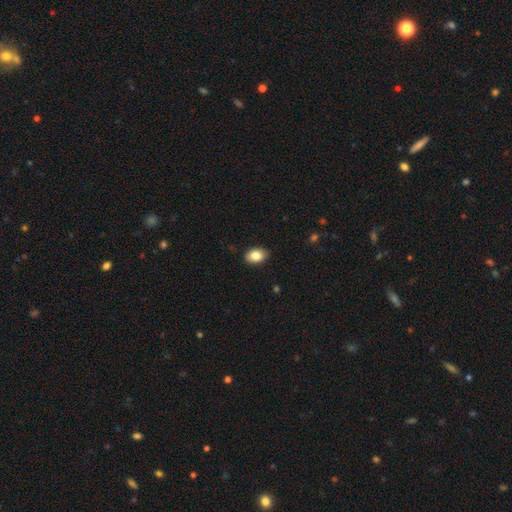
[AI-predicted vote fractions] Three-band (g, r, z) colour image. It shows a smooth galaxy with no disk features (85%) that is in between round and cigar-shaped (86%). Merging: none (86%).